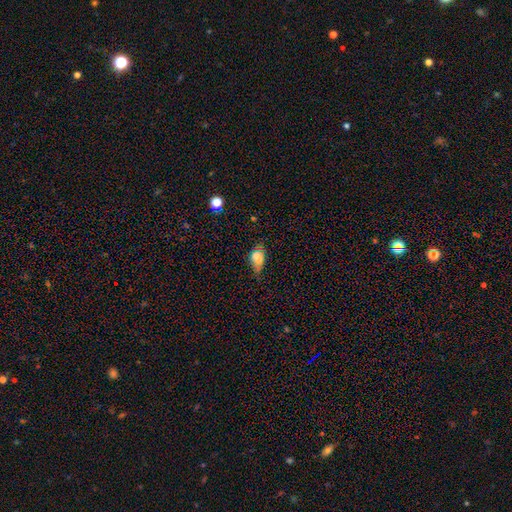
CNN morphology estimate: smooth 66%, featured or disk 19%, star or artifact 15%. Down the decision tree: how rounded — in between (80%); merging — none (40%).